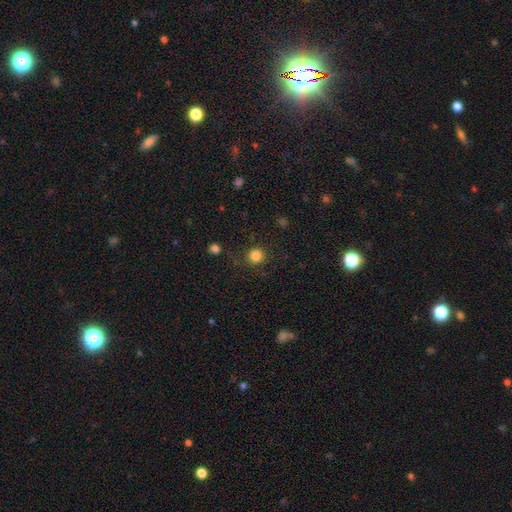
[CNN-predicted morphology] type=smooth (83%); roundness=round (93%); merging=none (86%).